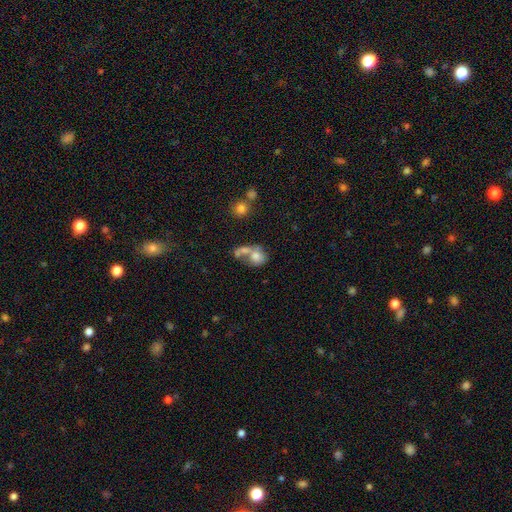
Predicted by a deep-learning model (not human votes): Smooth or featured?
  - smooth: 65% *
  - featured or disk: 24%
  - star or artifact: 10%
How rounded?
  - round: 53% *
  - in between: 45%
  - cigar-shaped: 2%
Merging?
  - merger: 56% *
  - none: 20%
  - major disturbance: 14%
  - minor disturbance: 10%